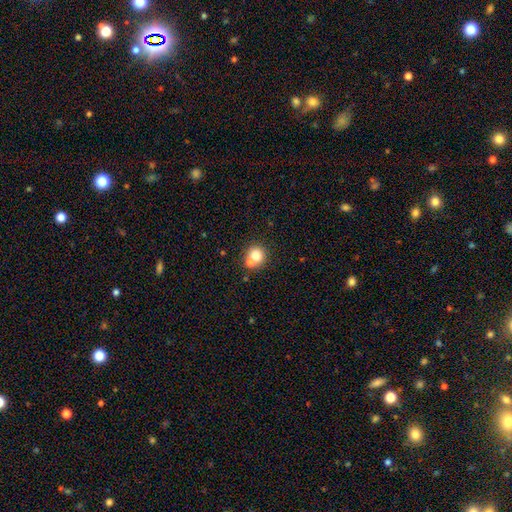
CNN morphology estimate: Overall: smooth (75%). How rounded: round (86%). Merging: none (49%; merger 41%).